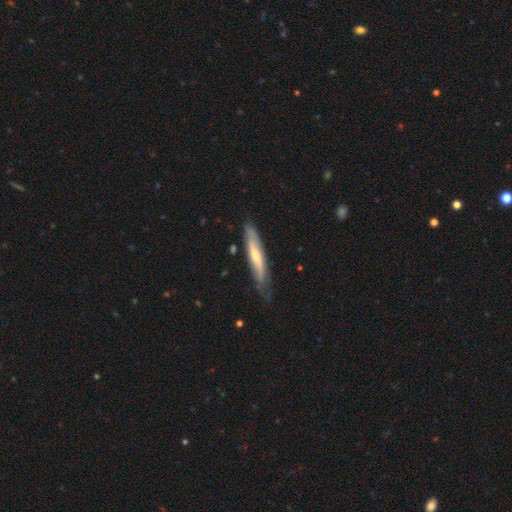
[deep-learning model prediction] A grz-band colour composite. It shows a featured or disk galaxy (55%) viewed edge-on (58%). Merging: none (70%).